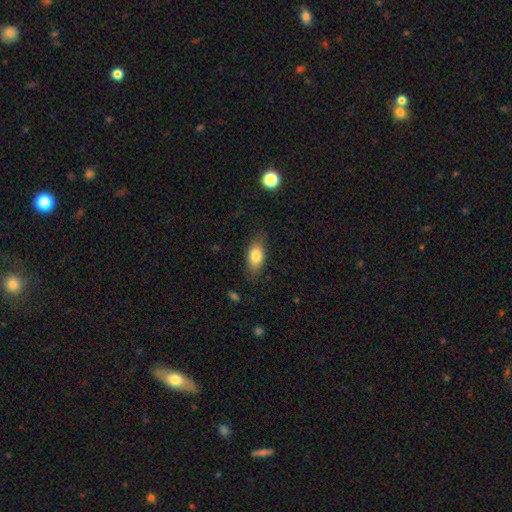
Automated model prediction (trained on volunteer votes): Overall: smooth (80%). How rounded: in between (85%). Merging: none (79%).